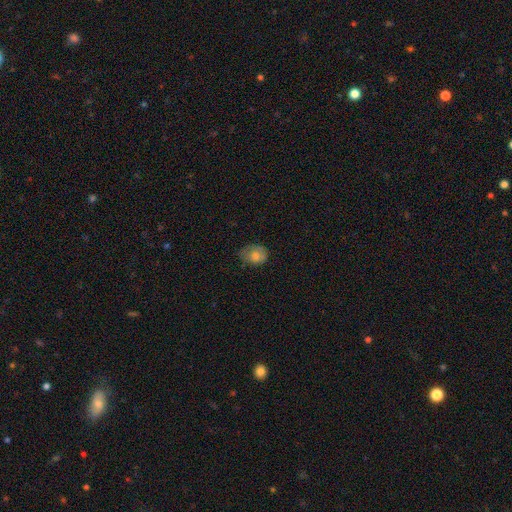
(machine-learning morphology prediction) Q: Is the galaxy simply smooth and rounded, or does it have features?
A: smooth — 74%.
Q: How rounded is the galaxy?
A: round — 51%.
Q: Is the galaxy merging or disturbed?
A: none — 60%.